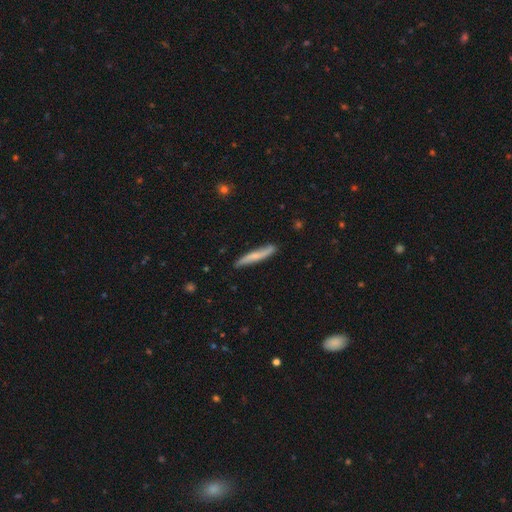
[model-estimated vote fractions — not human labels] A smooth galaxy with no disk features (53%) that is cigar-shaped (93%).

Vote fractions:
- Smooth or featured? smooth: 53% / featured or disk: 41% / star or artifact: 6%
- How rounded? cigar-shaped: 93% / in between: 6% / round: 2%
- Merging? none: 79% / minor disturbance: 16% / major disturbance: 3% / merger: 2%